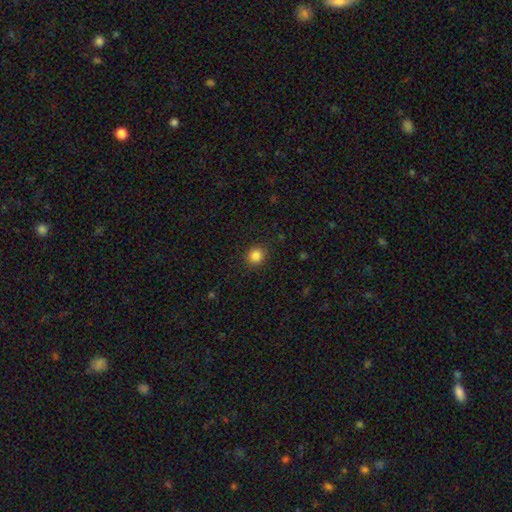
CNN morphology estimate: smooth_or_featured: smooth (p=0.85) [alt: star or artifact p=0.11]
how_rounded: round (p=0.88) [alt: in between p=0.12]
merging: none (p=0.89) [alt: minor disturbance p=0.07]